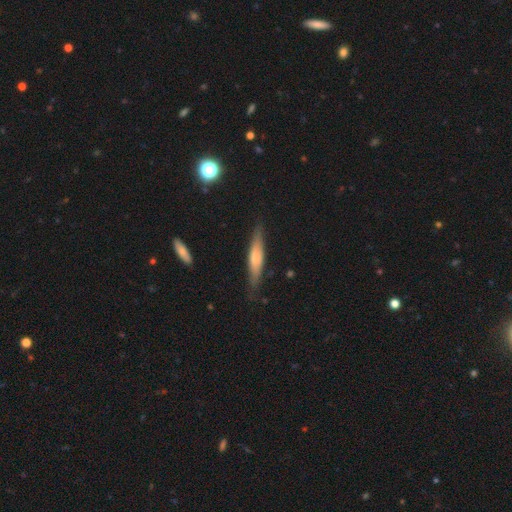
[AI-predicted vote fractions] Smooth or featured? smooth (47%)
Merging? none (83%)